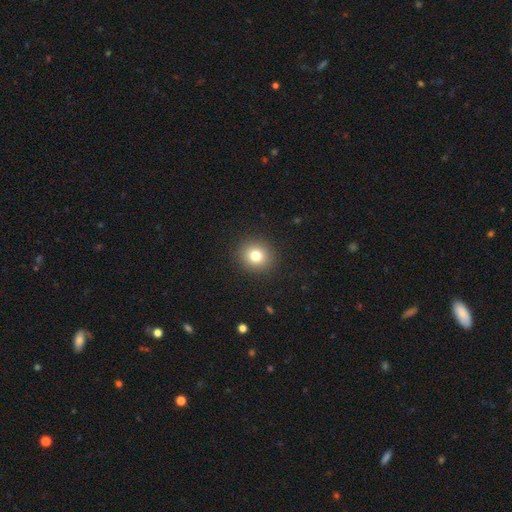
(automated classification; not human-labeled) A smooth galaxy with no disk features (79%) that is round (85%). Merging: none (91%).